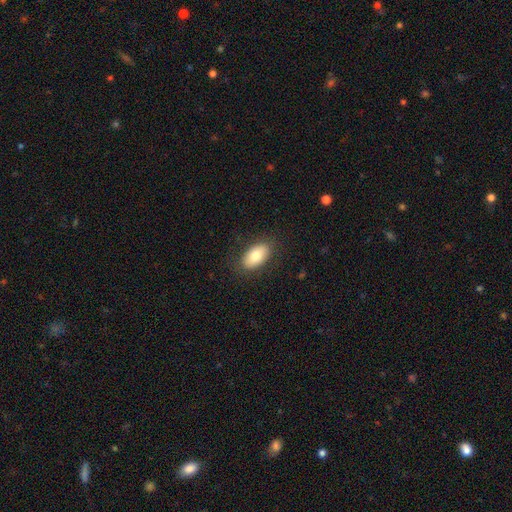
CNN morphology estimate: A smooth galaxy with no disk features (78%) that is in between round and cigar-shaped (93%). Merging: none (85%).